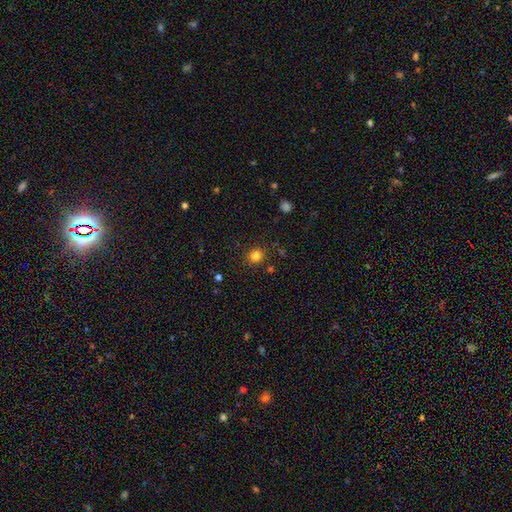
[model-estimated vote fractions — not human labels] Smooth or featured? Predicted: smooth (p=0.82). How rounded? Predicted: round (p=0.88). Merging? Predicted: none (p=0.88).